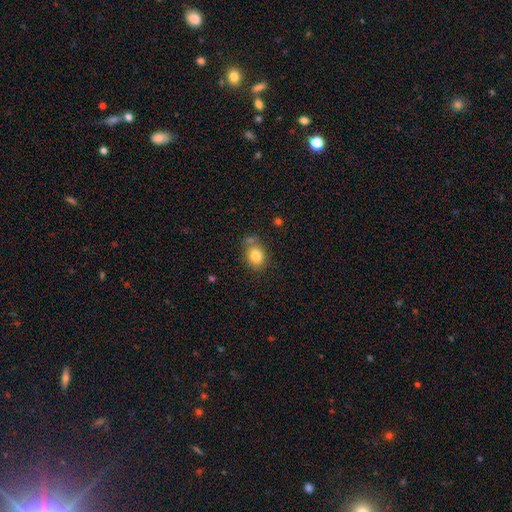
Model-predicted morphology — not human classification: This appears to be a smooth galaxy with no disk features (81%) that is round (51%). Merging: none (65%).